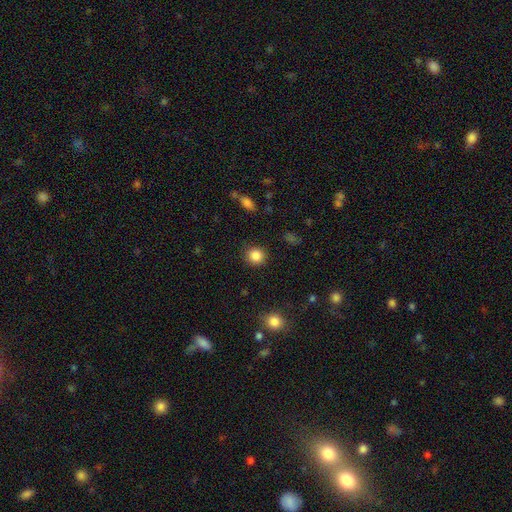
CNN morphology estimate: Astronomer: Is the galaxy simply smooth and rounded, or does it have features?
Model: smooth — 86%.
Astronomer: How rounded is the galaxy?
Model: round — 87%.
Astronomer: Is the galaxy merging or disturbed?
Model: none — 88%.